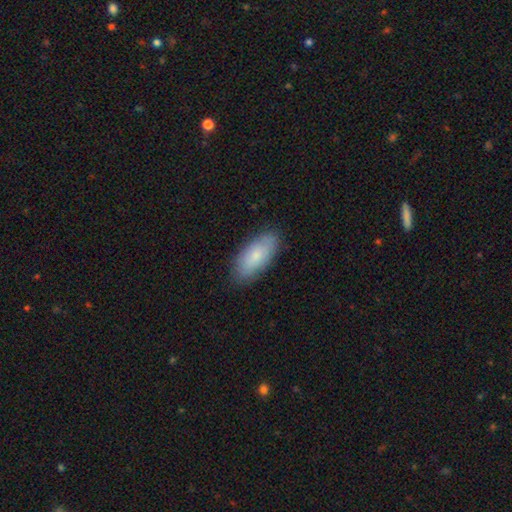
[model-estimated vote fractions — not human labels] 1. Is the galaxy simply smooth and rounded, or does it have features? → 77% smooth, 17% featured or disk, 6% star or artifact.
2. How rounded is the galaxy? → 87% in between, 10% cigar-shaped, 2% round.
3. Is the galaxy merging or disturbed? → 85% none, 12% minor disturbance, 2% major disturbance, 1% merger.